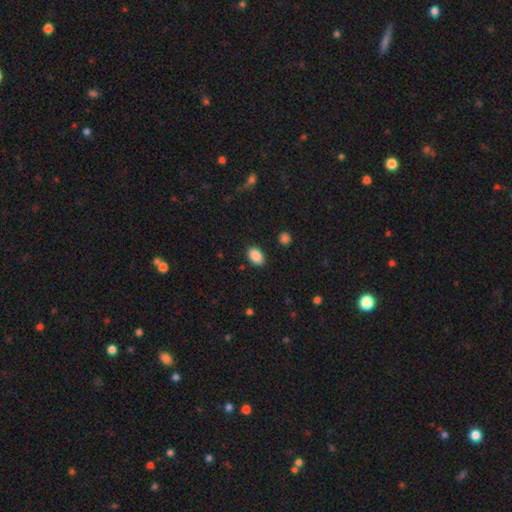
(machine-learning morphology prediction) Smooth or featured? smooth (89%)
How rounded? in between (88%)
Merging? none (87%)